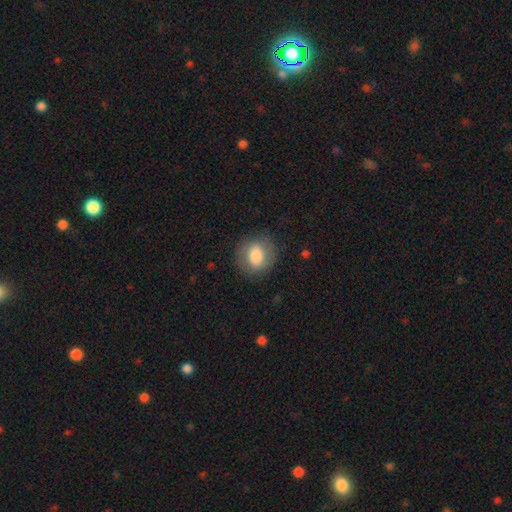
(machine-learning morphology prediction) This is likely a smooth galaxy (67%). How rounded: likely round (69%). Merging: likely none (80%).